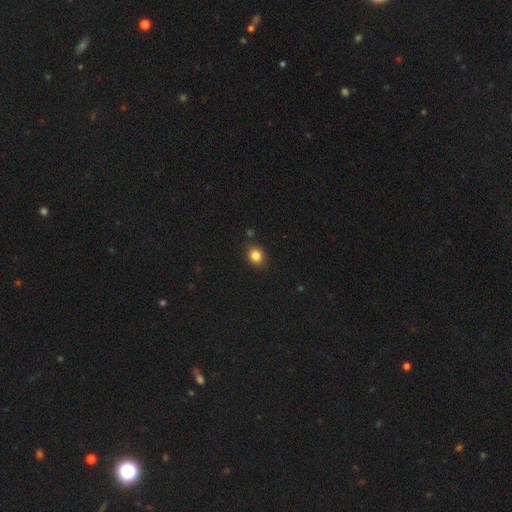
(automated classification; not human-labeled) A smooth galaxy with no disk features (85%) that is round (66%).

Vote fractions:
- Smooth or featured? smooth: 85% / star or artifact: 11% / featured or disk: 5%
- How rounded? round: 66% / in between: 33% / cigar-shaped: 1%
- Merging? none: 86% / minor disturbance: 10% / major disturbance: 2% / merger: 2%